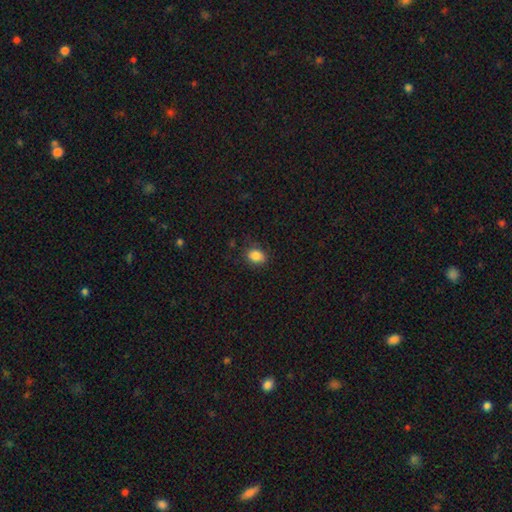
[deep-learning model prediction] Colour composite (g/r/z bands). It shows a smooth galaxy with no disk features (86%) that is in between round and cigar-shaped (68%). Merging: none (80%).